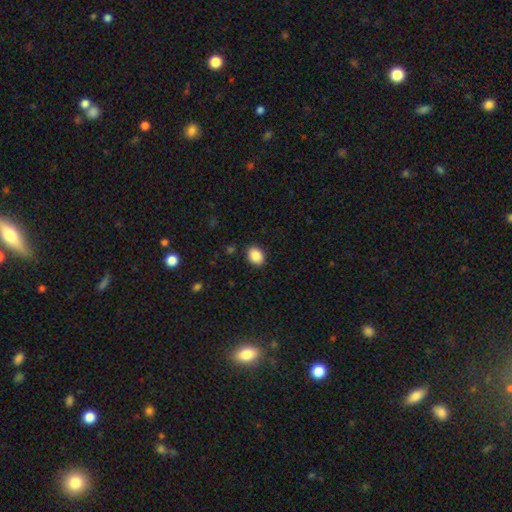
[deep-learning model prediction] Smooth or featured? Predicted: smooth (p=0.88). How rounded? Predicted: in between (p=0.70). Merging? Predicted: none (p=0.89).